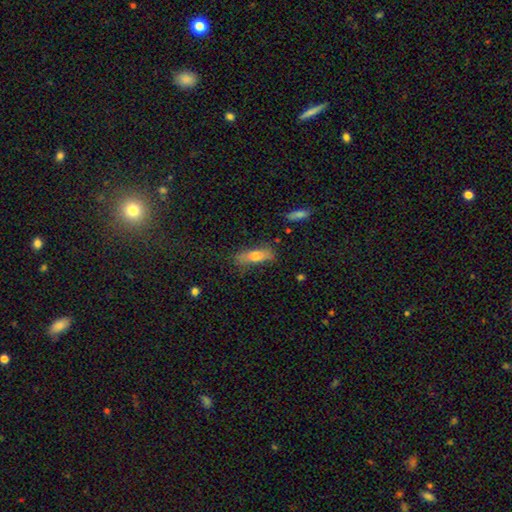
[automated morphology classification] Smooth or featured? Predicted: smooth (p=0.68). How rounded? Predicted: cigar-shaped (p=0.50). Merging? Predicted: none (p=0.68).